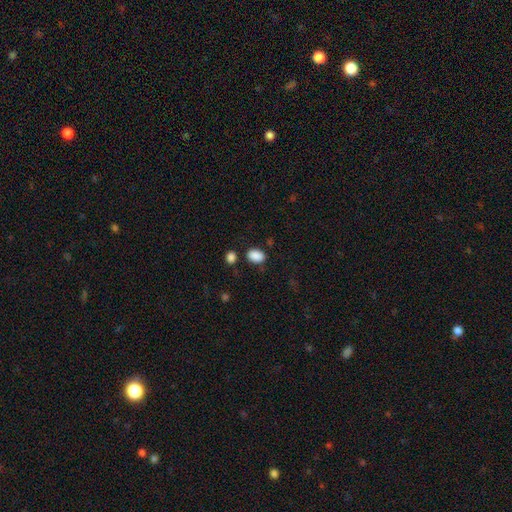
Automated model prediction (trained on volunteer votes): This appears to be a smooth galaxy with no disk features (88%) that is in between round and cigar-shaped (82%). Merging: none (78%).